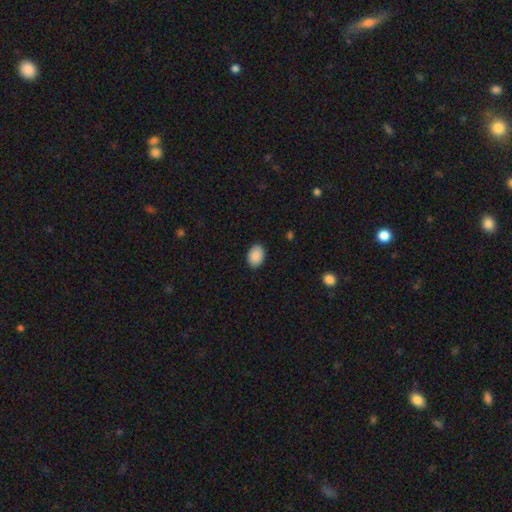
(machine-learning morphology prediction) This is clearly a smooth galaxy (90%). How rounded: clearly in between (82%). Merging: clearly none (89%).